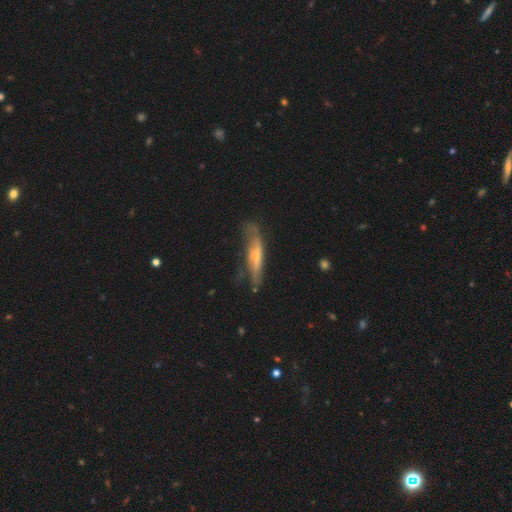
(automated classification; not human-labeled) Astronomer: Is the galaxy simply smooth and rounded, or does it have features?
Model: featured or disk — 52% (runner-up: smooth, 41%).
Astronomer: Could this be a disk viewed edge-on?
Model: yes — 71%.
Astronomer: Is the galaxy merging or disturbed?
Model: none — 58%.